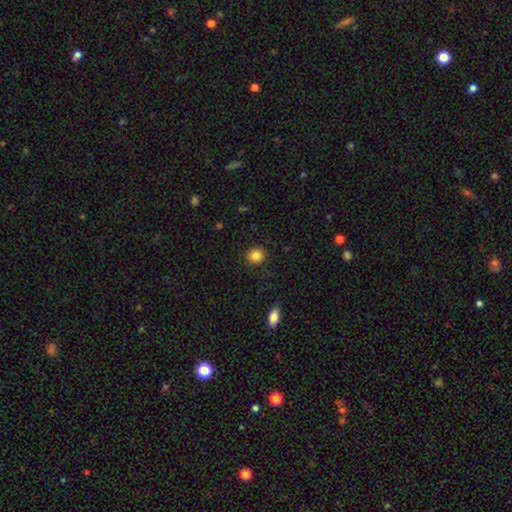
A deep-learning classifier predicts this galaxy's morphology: type=smooth (85%); roundness=round (88%); merging=none (90%).